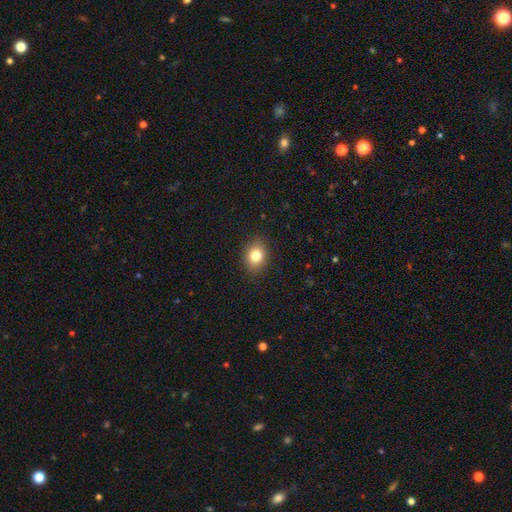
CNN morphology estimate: type=smooth (81%); roundness=round (53%); merging=none (88%).